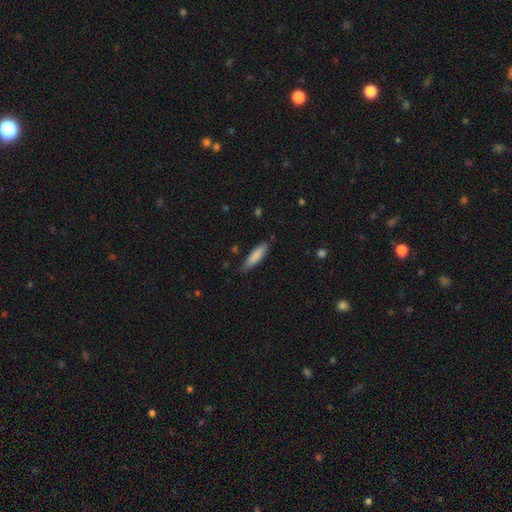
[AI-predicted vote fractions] A smooth galaxy with no disk features (84%) that is cigar-shaped (69%).

Vote fractions:
- Smooth or featured? smooth: 84% / featured or disk: 10% / star or artifact: 6%
- How rounded? cigar-shaped: 69% / in between: 29% / round: 1%
- Merging? none: 80% / minor disturbance: 16% / major disturbance: 3% / merger: 1%